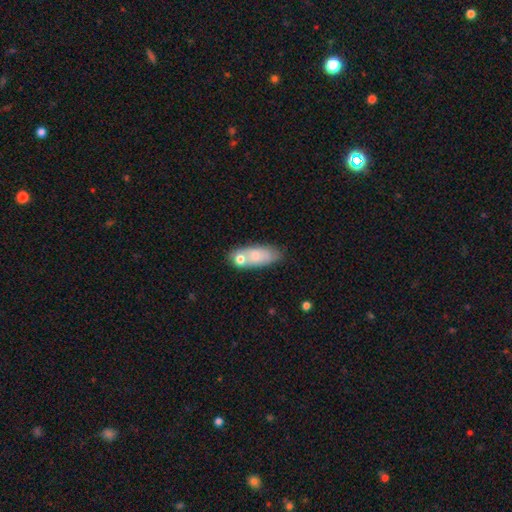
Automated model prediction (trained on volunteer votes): The model was most divided on "merging": none: 47%, merger: 29%, minor disturbance: 17%, major disturbance: 6%. More confident: how rounded — in between (75%); smooth or featured — smooth (68%).